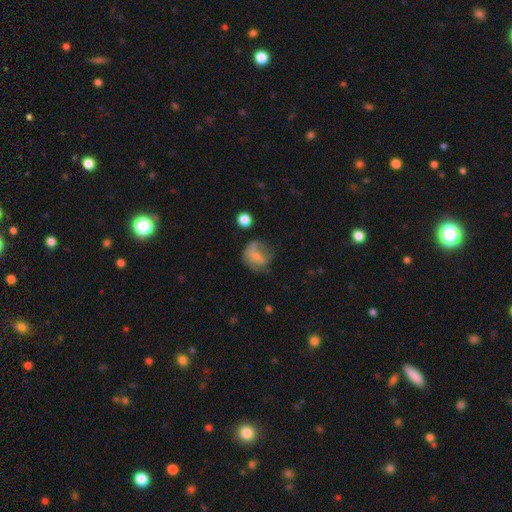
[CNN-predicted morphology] Overall: smooth (60%; featured or disk 29%). How rounded: round (62%; in between 36%). Merging: none (41%; minor disturbance 28%).